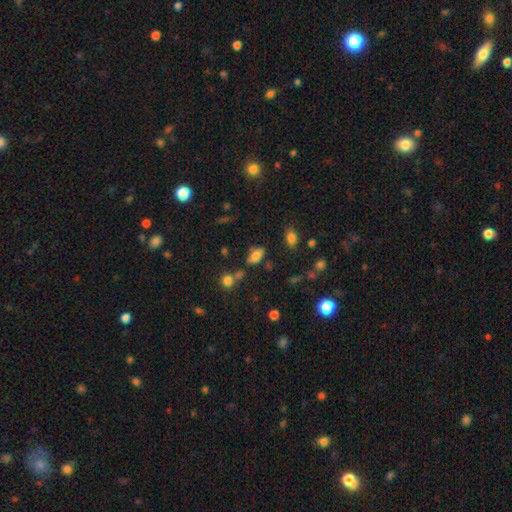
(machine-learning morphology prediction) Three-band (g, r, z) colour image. It shows a smooth galaxy with no disk features (75%) that is in between round and cigar-shaped (89%). Merging: none (66%).